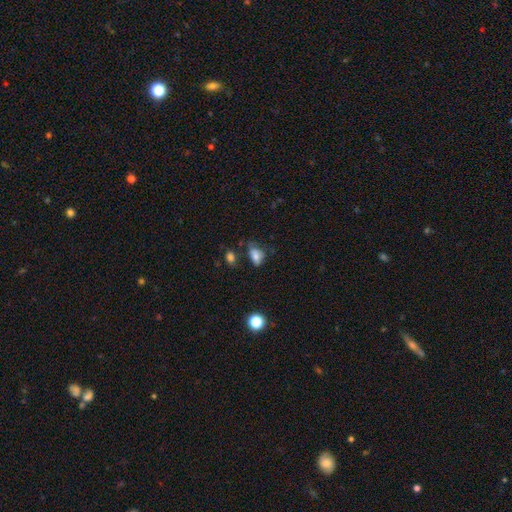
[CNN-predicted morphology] smooth 76%, featured or disk 13%, star or artifact 11%. Down the decision tree: how rounded — in between (86%); merging — none (43%).